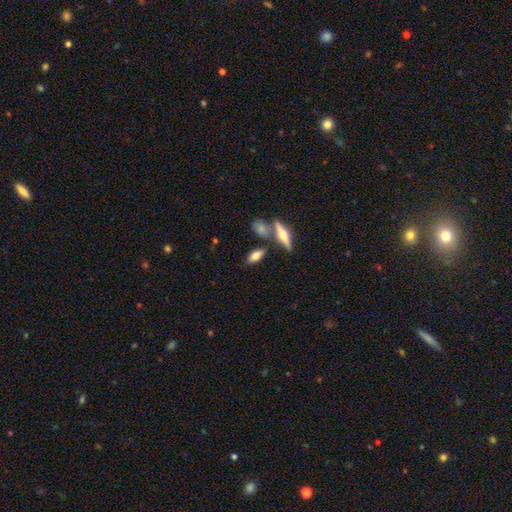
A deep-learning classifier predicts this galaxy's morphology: smooth 69%, featured or disk 24%, star or artifact 7%. Down the decision tree: how rounded — in between (77%); merging — none (69%).